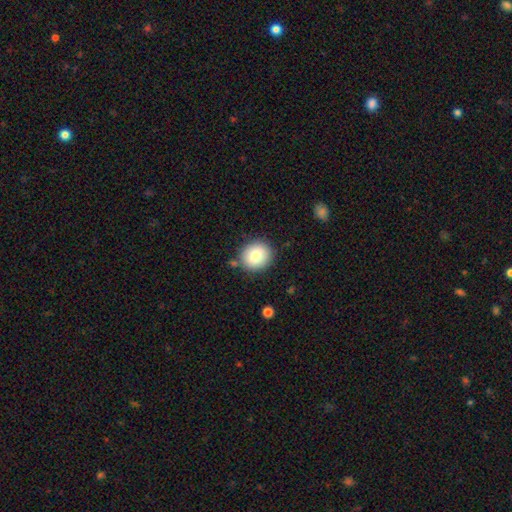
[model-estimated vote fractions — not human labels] smooth-or-featured: smooth: 80% | featured or disk: 12% | star or artifact: 9%
  how-rounded: round: 83% | in between: 16% | cigar-shaped: 1%
  merging: none: 84% | minor disturbance: 10% | merger: 4% | major disturbance: 3%